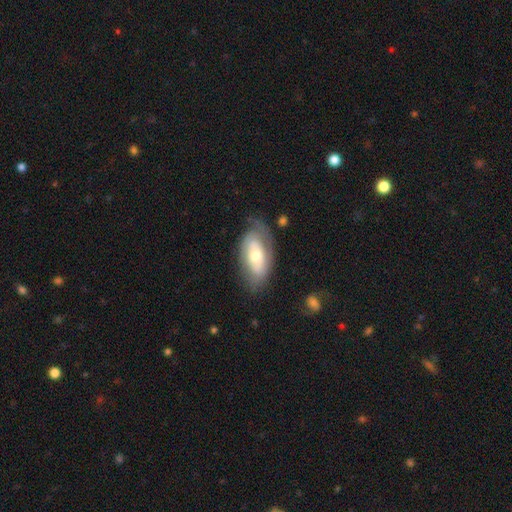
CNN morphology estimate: featured or disk 49%, smooth 45%, star or artifact 6%. Down the decision tree: merging — none (64%).